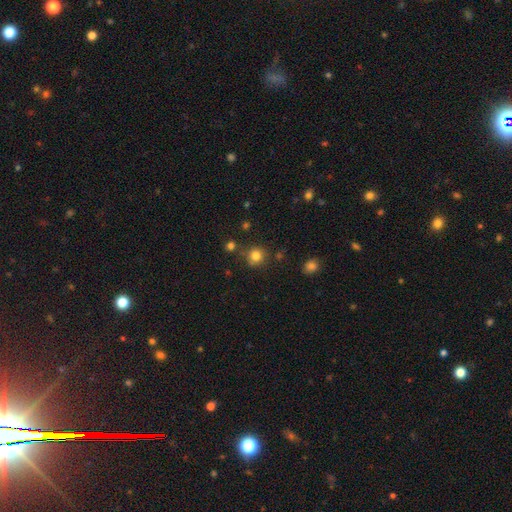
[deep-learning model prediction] This appears to be a smooth galaxy with no disk features (80%) that is round (91%). Merging: none (79%).